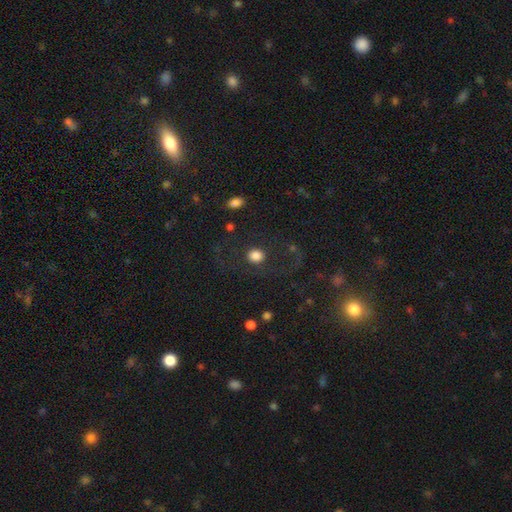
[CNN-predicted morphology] Overall: smooth (78%). How rounded: round (74%). Merging: none (75%).